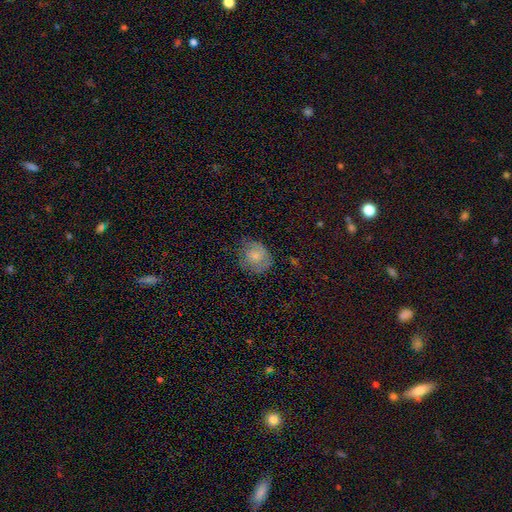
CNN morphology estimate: smooth_or_featured: smooth (p=0.72) [alt: featured or disk p=0.19]
how_rounded: round (p=0.72) [alt: in between p=0.27]
merging: none (p=0.62) [alt: minor disturbance p=0.27]